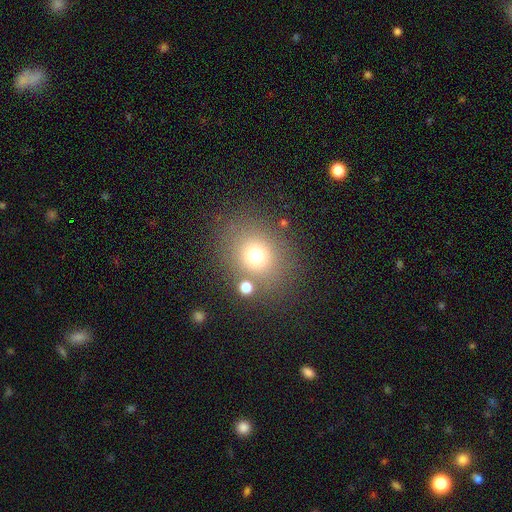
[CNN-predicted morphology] Overall: smooth (72%). How rounded: round (70%). Merging: none (77%).